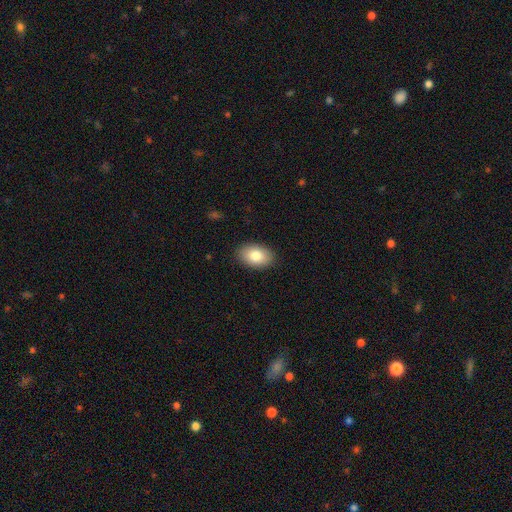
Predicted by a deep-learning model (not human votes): Q: Smooth or featured?
A: smooth (82%); runner-up: featured or disk (11%)
Q: How rounded?
A: in between (89%); runner-up: round (10%)
Q: Merging?
A: none (89%); runner-up: minor disturbance (8%)